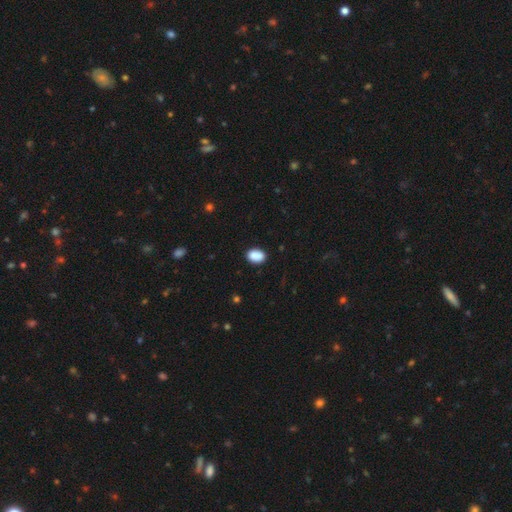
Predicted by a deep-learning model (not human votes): Smooth or featured? Predicted: smooth (p=0.88). How rounded? Predicted: in between (p=0.81). Merging? Predicted: none (p=0.83).